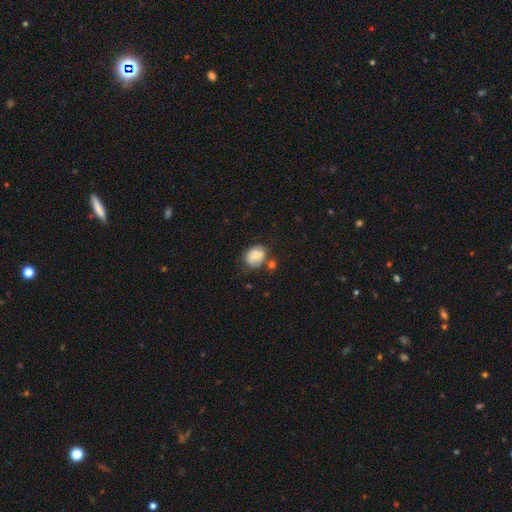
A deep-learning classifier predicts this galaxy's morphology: This appears to be a smooth galaxy with no disk features (75%) that is round (54%). Merging: none (52%).